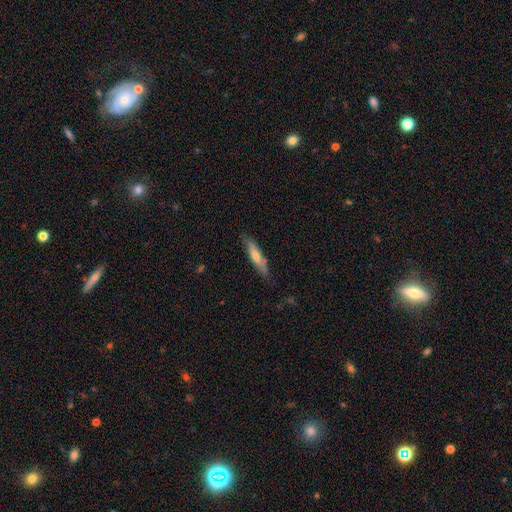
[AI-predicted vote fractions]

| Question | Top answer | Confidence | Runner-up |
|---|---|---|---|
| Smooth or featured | smooth | 57% | featured or disk (37%) |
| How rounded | cigar-shaped | 86% | in between (13%) |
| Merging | none | 82% | minor disturbance (14%) |